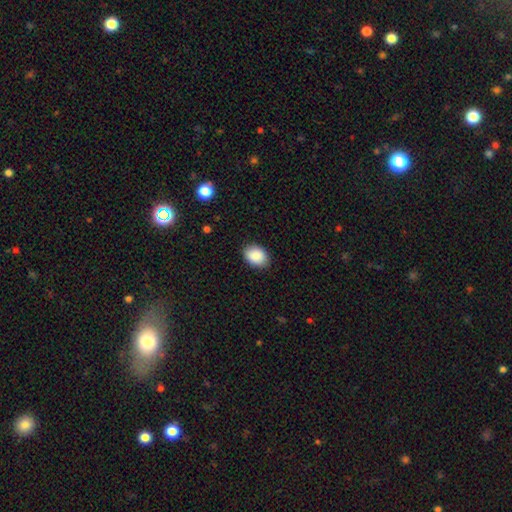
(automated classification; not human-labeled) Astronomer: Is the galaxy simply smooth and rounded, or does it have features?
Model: smooth — 88%.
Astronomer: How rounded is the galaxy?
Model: in between — 73%.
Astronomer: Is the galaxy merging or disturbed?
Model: none — 87%.